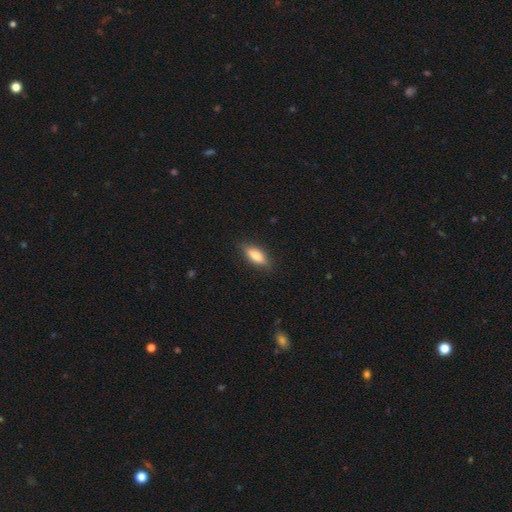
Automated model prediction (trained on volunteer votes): A smooth galaxy with no disk features (78%) that is in between round and cigar-shaped (69%).

Vote fractions:
- Smooth or featured? smooth: 78% / featured or disk: 15% / star or artifact: 7%
- How rounded? in between: 69% / cigar-shaped: 29% / round: 2%
- Merging? none: 84% / minor disturbance: 12% / major disturbance: 3% / merger: 1%